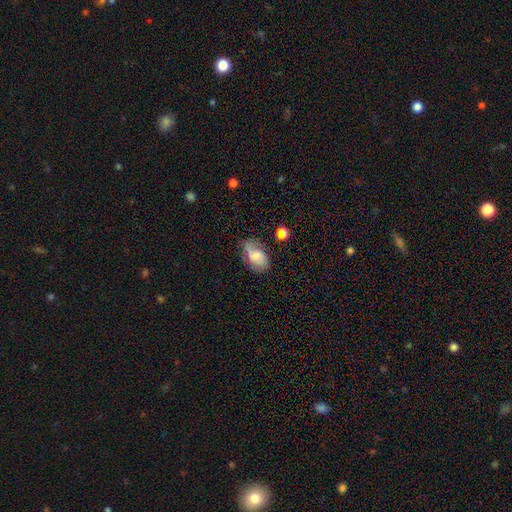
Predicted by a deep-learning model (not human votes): Morphology: type=smooth (46%); merging=none (55%).